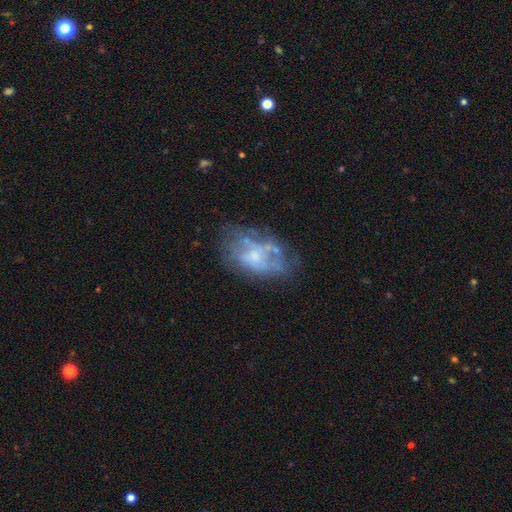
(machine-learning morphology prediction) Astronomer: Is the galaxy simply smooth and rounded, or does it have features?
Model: featured or disk — 65%.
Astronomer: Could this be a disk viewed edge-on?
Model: no — 97%.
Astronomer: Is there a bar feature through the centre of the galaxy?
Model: no — 80%.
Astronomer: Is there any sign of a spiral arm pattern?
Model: no — 68%.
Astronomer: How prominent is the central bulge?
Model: small — 44% (runner-up: moderate, 35%).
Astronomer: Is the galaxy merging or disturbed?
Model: none — 50%.